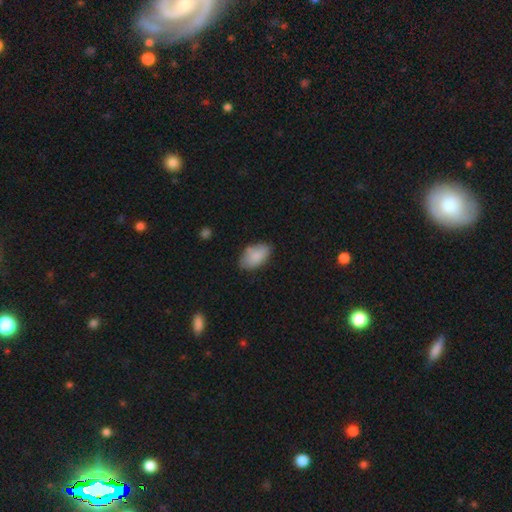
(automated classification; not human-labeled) The model was most divided on "merging": none: 71%, minor disturbance: 23%, major disturbance: 4%, merger: 2%. More confident: how rounded — in between (94%); smooth or featured — smooth (86%).